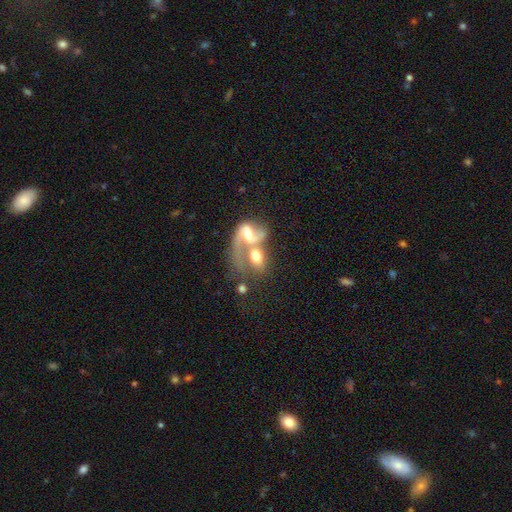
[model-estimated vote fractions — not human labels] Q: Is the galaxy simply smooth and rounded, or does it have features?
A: featured or disk — 54%.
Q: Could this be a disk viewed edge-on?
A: no — 95%.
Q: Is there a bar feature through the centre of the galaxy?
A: no — 45%.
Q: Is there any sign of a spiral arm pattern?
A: yes — 77%.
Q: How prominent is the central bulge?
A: moderate — 51%.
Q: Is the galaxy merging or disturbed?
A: merger — 70%.